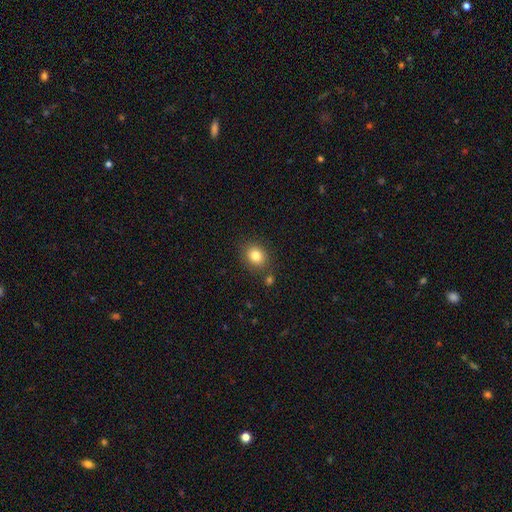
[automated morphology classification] Smooth or featured? smooth (82%)
How rounded? round (61%)
Merging? none (79%)